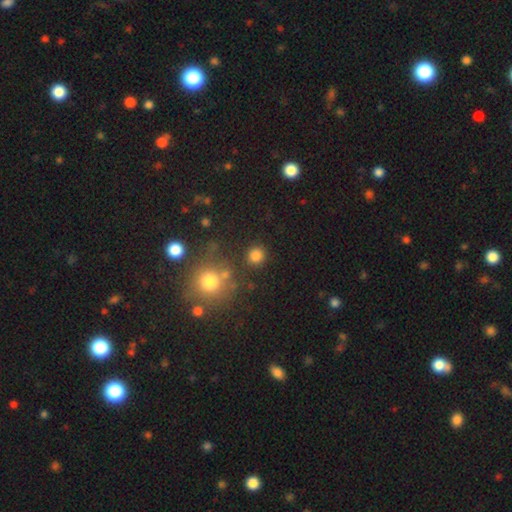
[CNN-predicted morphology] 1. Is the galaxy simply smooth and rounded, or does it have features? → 82% smooth, 13% star or artifact, 5% featured or disk.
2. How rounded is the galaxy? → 93% round, 6% in between, 1% cigar-shaped.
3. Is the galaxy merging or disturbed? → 87% none, 7% minor disturbance, 4% merger, 3% major disturbance.